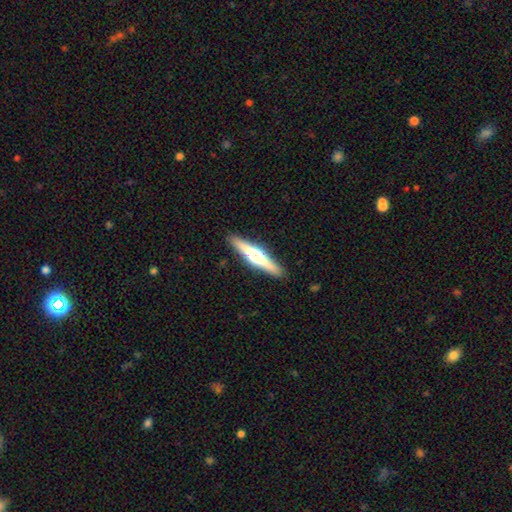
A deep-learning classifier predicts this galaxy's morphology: Smooth or featured? Predicted: featured or disk (p=0.66). Edge-on disk? Predicted: yes (p=0.97). Edge-on bulge? Predicted: rounded (p=0.89). Merging? Predicted: none (p=0.91).